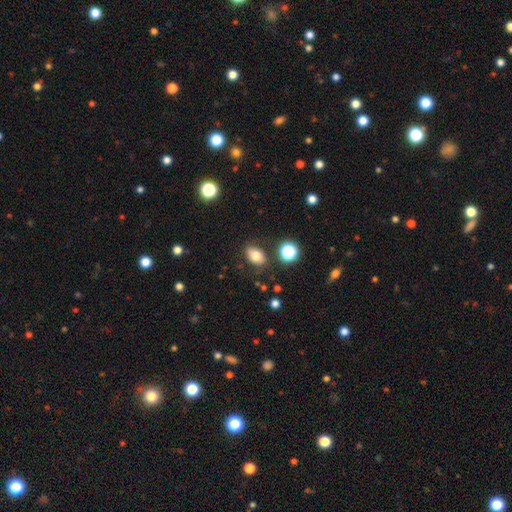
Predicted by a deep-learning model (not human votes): Smooth or featured? Predicted: smooth (p=0.76). How rounded? Predicted: in between (p=0.81). Merging? Predicted: none (p=0.80).